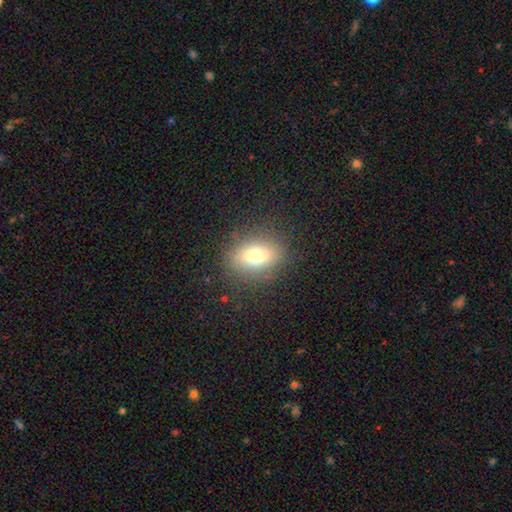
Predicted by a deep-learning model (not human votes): Smooth or featured: smooth — 72% (featured or disk — 16%)
How rounded: in between — 67% (round — 29%)
Merging: none — 85% (minor disturbance — 10%)